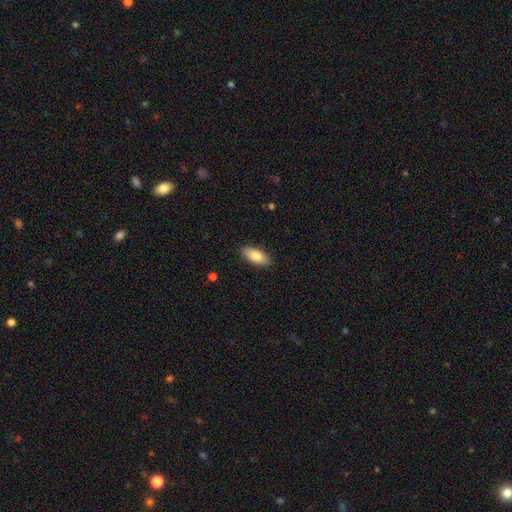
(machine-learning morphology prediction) Smooth or featured?
  - smooth: 81% *
  - featured or disk: 13%
  - star or artifact: 6%
How rounded?
  - in between: 84% *
  - cigar-shaped: 13%
  - round: 2%
Merging?
  - none: 89% *
  - minor disturbance: 8%
  - major disturbance: 2%
  - merger: 1%